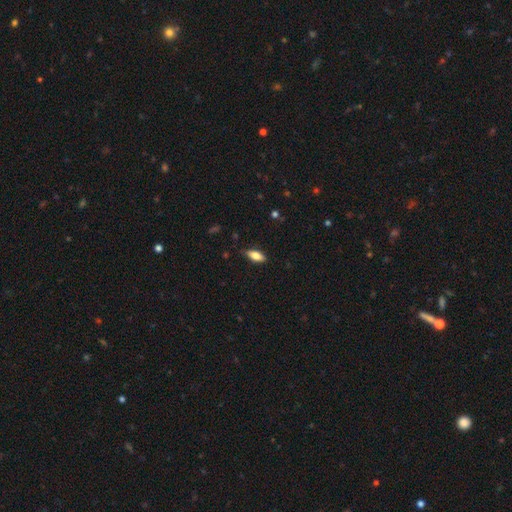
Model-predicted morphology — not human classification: This is likely a smooth galaxy (75%). How rounded: clearly in between (81%). Merging: clearly none (82%).